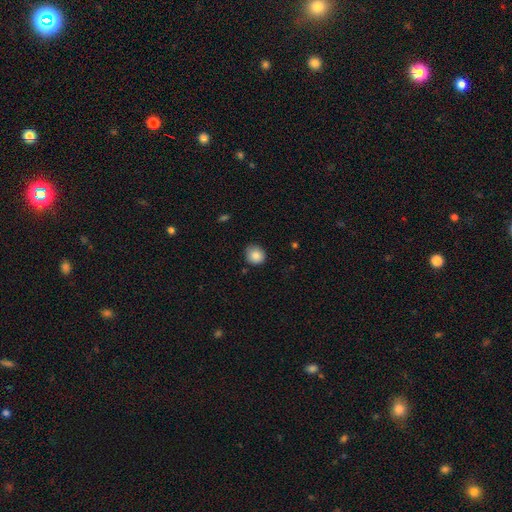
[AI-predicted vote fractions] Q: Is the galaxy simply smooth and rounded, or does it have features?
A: smooth — 86%.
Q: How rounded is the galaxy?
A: round — 86%.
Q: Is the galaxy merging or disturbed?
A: none — 80%.